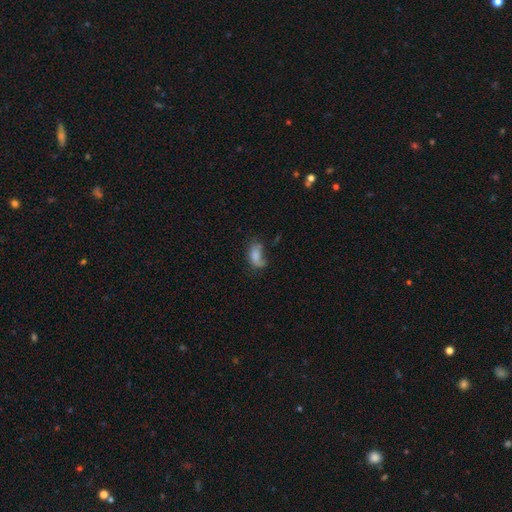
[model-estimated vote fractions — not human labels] Smooth or featured? smooth (71%)
How rounded? in between (90%)
Merging? none (34%)